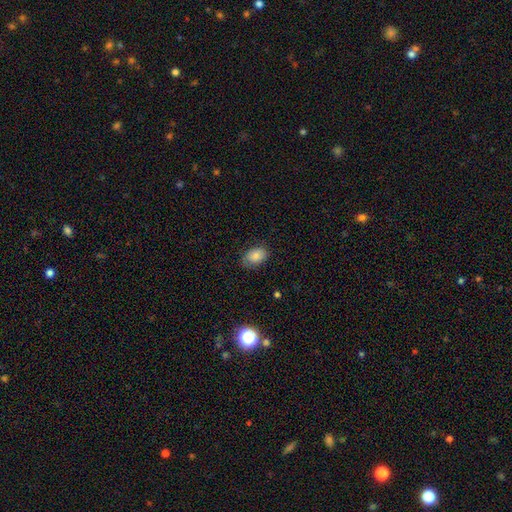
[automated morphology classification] Q: Smooth or featured?
A: smooth (82%); runner-up: featured or disk (10%)
Q: How rounded?
A: in between (86%); runner-up: round (13%)
Q: Merging?
A: none (76%); runner-up: minor disturbance (19%)